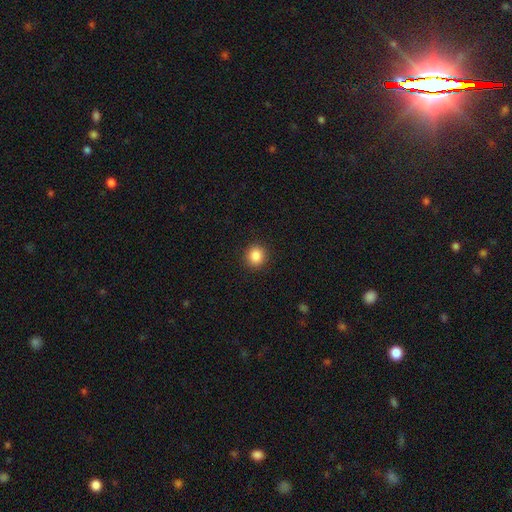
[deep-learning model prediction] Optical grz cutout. It shows a smooth galaxy with no disk features (87%) that is round (89%). Merging: none (92%).